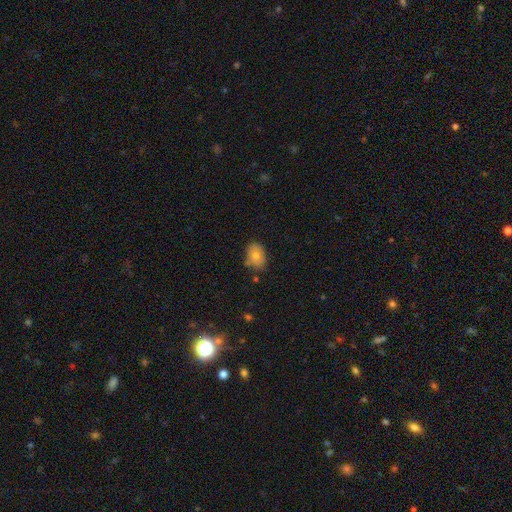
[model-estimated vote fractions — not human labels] smooth_or_featured: smooth (p=0.75) [alt: featured or disk p=0.17]
how_rounded: in between (p=0.73) [alt: round p=0.25]
merging: none (p=0.72) [alt: minor disturbance p=0.20]